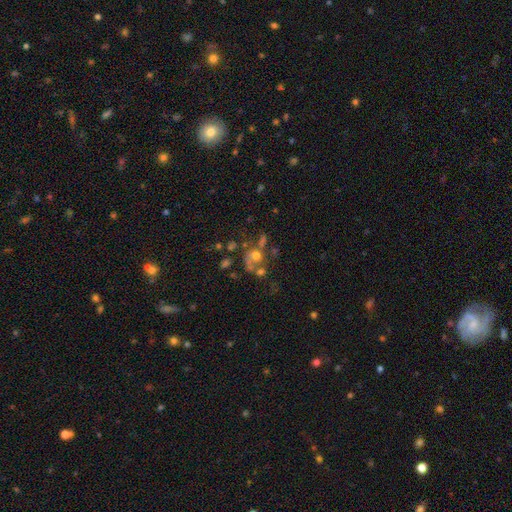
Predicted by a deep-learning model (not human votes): Smooth or featured?
  - smooth: 47% *
  - featured or disk: 36%
  - star or artifact: 16%
Merging?
  - merger: 34% *
  - none: 31%
  - major disturbance: 22%
  - minor disturbance: 13%